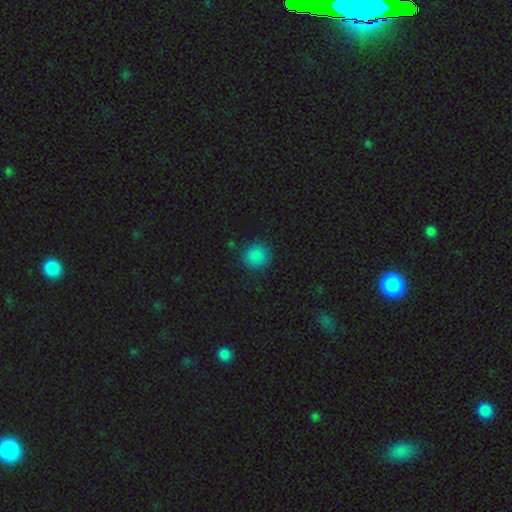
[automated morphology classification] Overall: smooth (85%). How rounded: round (91%). Merging: none (88%).